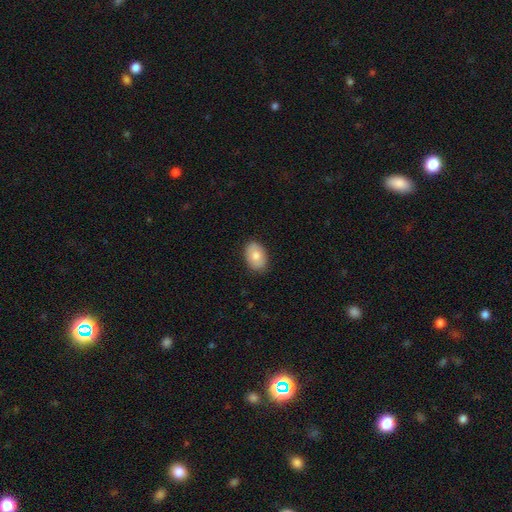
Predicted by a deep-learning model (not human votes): smooth_or_featured: smooth (p=0.77) [alt: featured or disk p=0.17]
how_rounded: in between (p=0.86) [alt: round p=0.13]
merging: none (p=0.86) [alt: minor disturbance p=0.11]